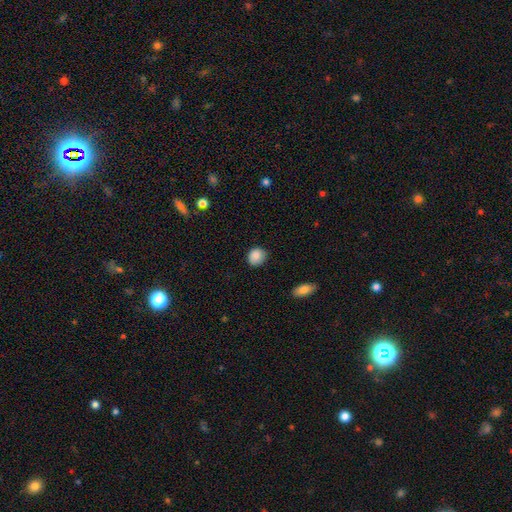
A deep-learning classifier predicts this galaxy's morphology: Q: Smooth or featured?
A: smooth (88%); runner-up: star or artifact (8%)
Q: How rounded?
A: round (79%); runner-up: in between (20%)
Q: Merging?
A: none (84%); runner-up: minor disturbance (12%)